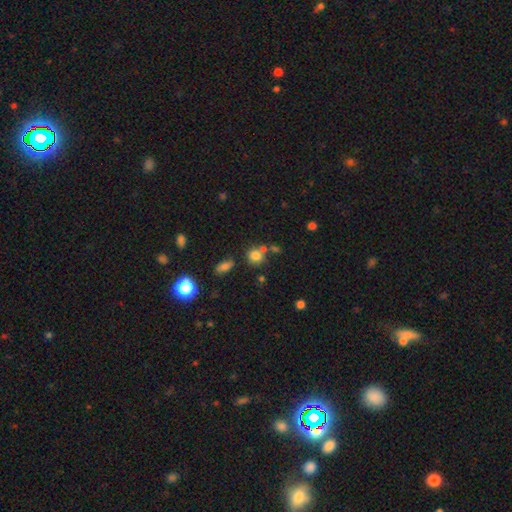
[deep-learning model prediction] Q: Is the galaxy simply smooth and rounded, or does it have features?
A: smooth — 78%.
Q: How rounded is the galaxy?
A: round — 80%.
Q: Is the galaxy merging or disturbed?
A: none — 60%.